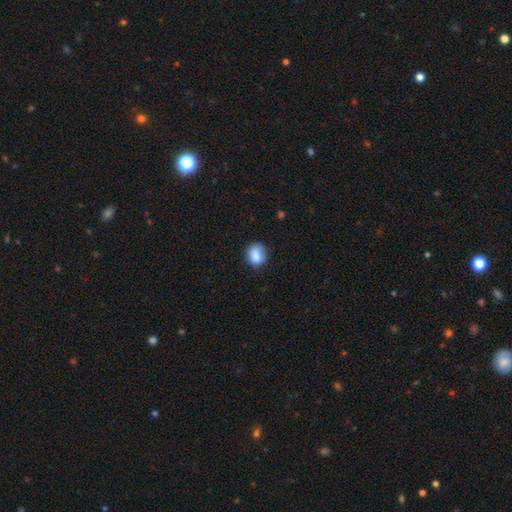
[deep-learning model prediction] A smooth galaxy with no disk features (85%) that is round (56%).

Vote fractions:
- Smooth or featured? smooth: 85% / star or artifact: 9% / featured or disk: 7%
- How rounded? round: 56% / in between: 43% / cigar-shaped: 1%
- Merging? none: 68% / minor disturbance: 24% / major disturbance: 5% / merger: 2%